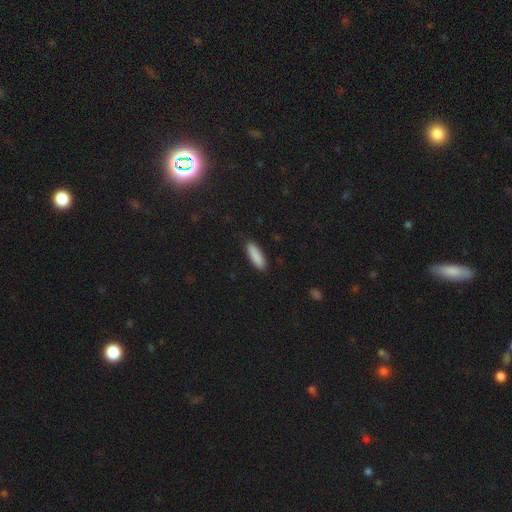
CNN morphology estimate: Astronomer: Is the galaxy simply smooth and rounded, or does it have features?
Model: smooth — 89%.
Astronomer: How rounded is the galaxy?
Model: in between — 49%, tied with cigar-shaped at 49%.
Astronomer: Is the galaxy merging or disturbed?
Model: none — 88%.